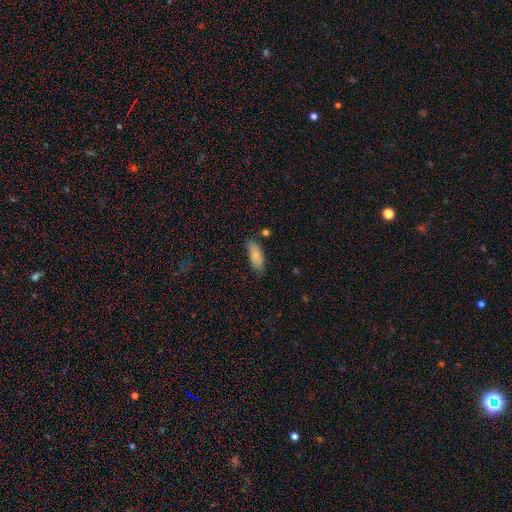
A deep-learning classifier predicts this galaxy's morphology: smooth 85%, featured or disk 9%, star or artifact 7%. Down the decision tree: how rounded — in between (82%); merging — none (76%).